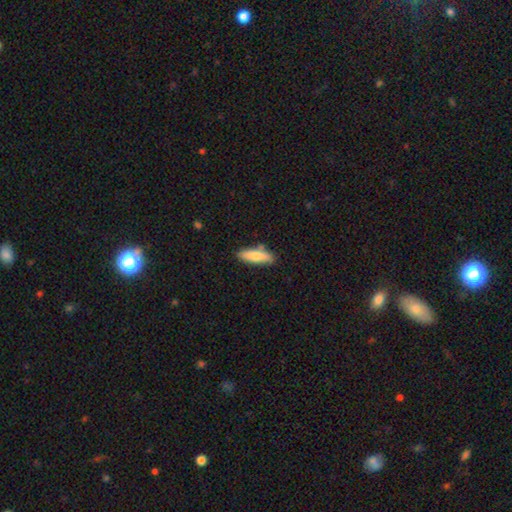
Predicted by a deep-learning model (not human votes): Overall: smooth (77%). How rounded: cigar-shaped (56%; in between 42%). Merging: none (78%).